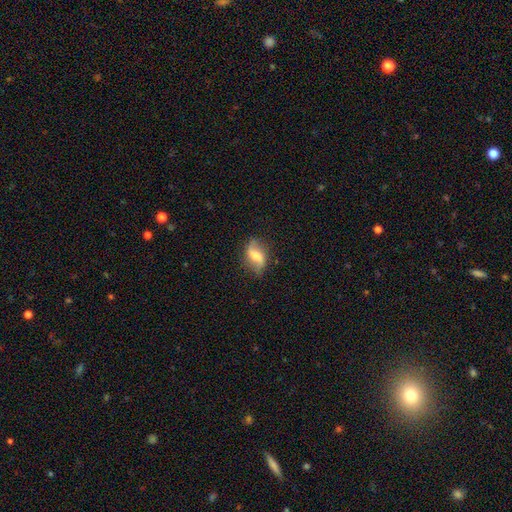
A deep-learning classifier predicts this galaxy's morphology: The model was most divided on "bar": weak: 43%, no: 30%, strong: 27%. Remaining: edge-on disk — no (92%); spiral arms — yes (87%); merging — none (75%); smooth or featured — featured or disk (62%); bulge size — moderate (49%).